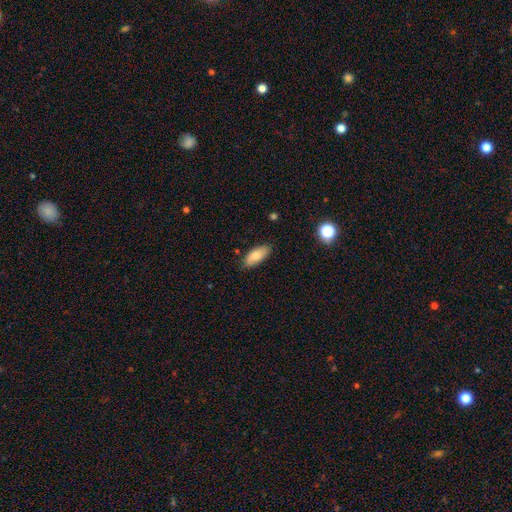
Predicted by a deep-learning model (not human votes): A smooth galaxy with no disk features (81%) that is in between round and cigar-shaped (85%). Merging: none (83%).